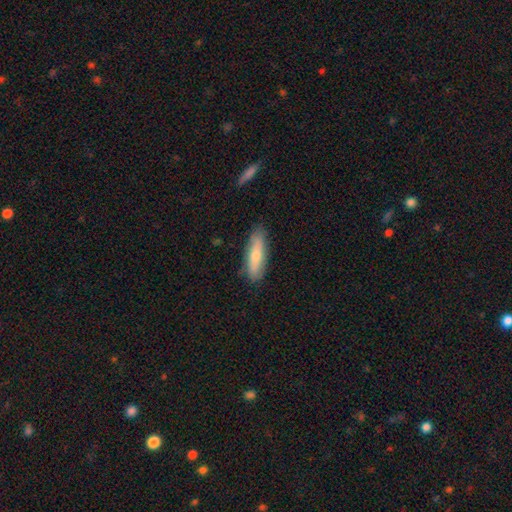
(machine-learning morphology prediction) This is likely a smooth galaxy (67%). How rounded: possibly cigar-shaped (59%). Merging: clearly none (83%).